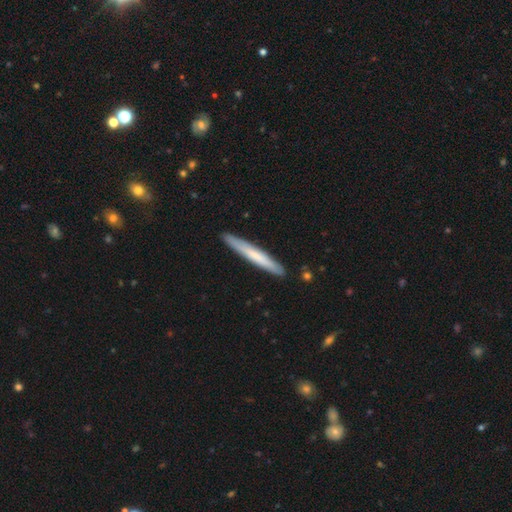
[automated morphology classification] This appears to be a smooth galaxy with no disk features (61%) that is cigar-shaped (96%). Merging: none (90%).